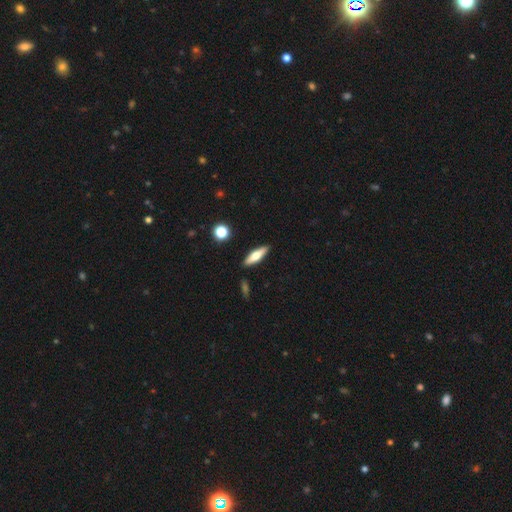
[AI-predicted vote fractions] Overall: smooth (57%; featured or disk 36%). How rounded: cigar-shaped (62%; in between 36%). Merging: none (89%).